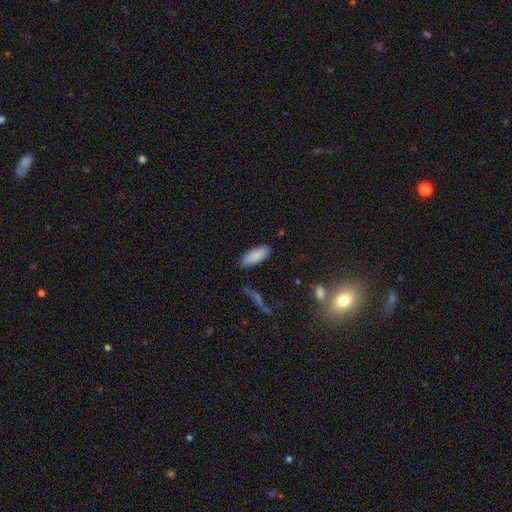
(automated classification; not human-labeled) smooth 86%, featured or disk 7%, star or artifact 7%. Down the decision tree: how rounded — in between (79%); merging — none (83%).